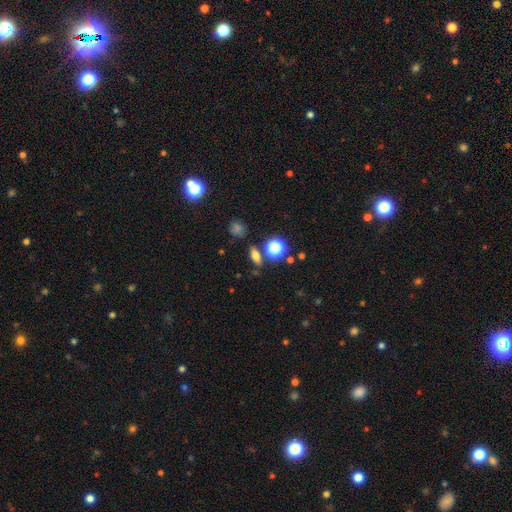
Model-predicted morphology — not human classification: Smooth or featured: smooth — 65% (star or artifact — 19%)
How rounded: in between — 56% (round — 22%)
Merging: none — 80% (minor disturbance — 10%)